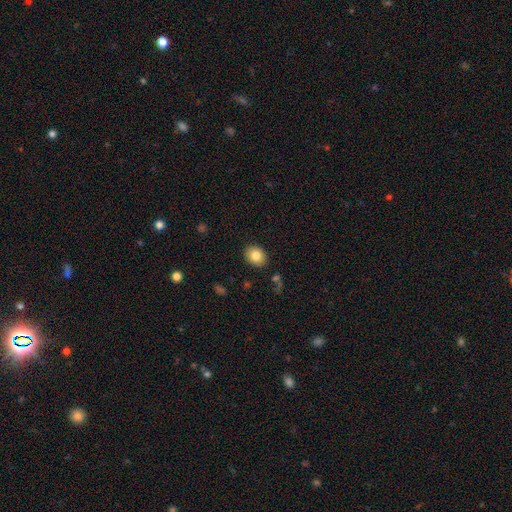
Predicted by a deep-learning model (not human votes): This appears to be a smooth galaxy with no disk features (82%) that is round (50%, tied with in between). Merging: none (89%).